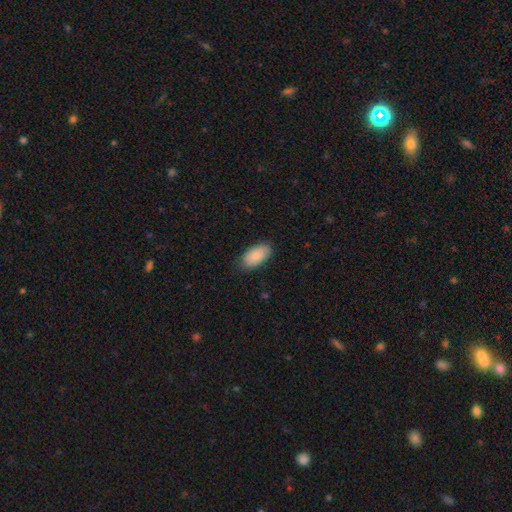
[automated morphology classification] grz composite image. It shows a smooth galaxy with no disk features (85%) that is in between round and cigar-shaped (94%). Merging: none (84%).